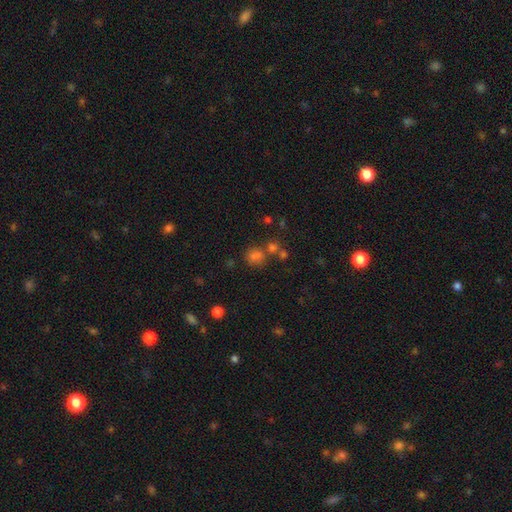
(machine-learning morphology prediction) smooth 55%, star or artifact 35%, featured or disk 10%. Down the decision tree: how rounded — round (83%); merging — none (62%).